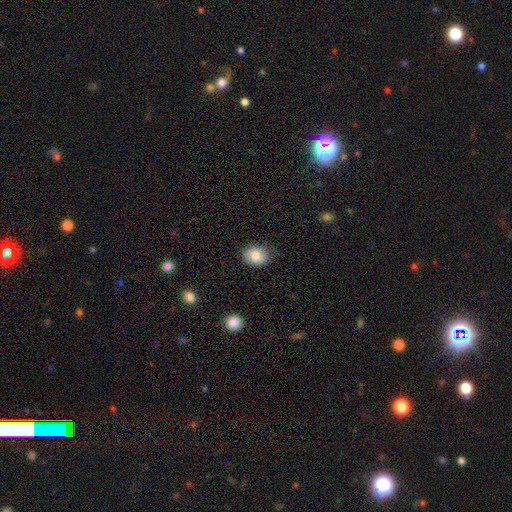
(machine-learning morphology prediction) This is clearly a smooth galaxy (83%). How rounded: possibly in between (59%). Merging: likely none (78%).